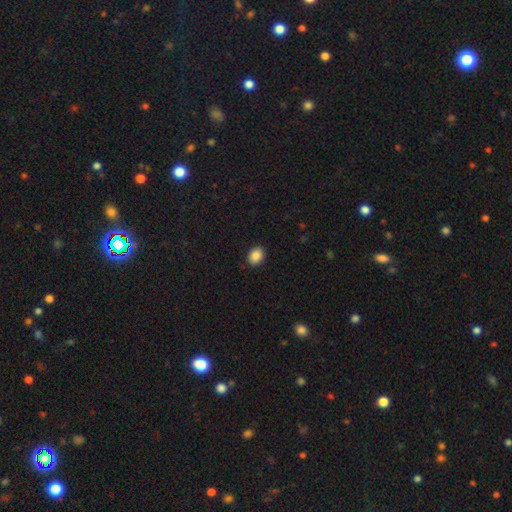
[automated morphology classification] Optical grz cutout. It shows a smooth galaxy with no disk features (88%) that is in between round and cigar-shaped (54%). Merging: none (90%).